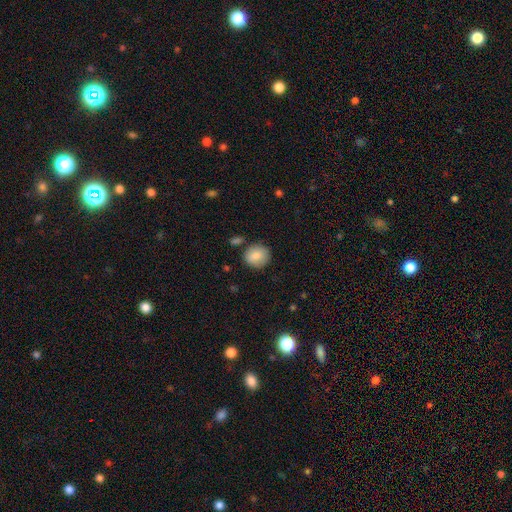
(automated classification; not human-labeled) smooth-or-featured: smooth: 86% | star or artifact: 8% | featured or disk: 7%
  how-rounded: round: 82% | in between: 17% | cigar-shaped: 1%
  merging: none: 80% | minor disturbance: 12% | merger: 4% | major disturbance: 3%